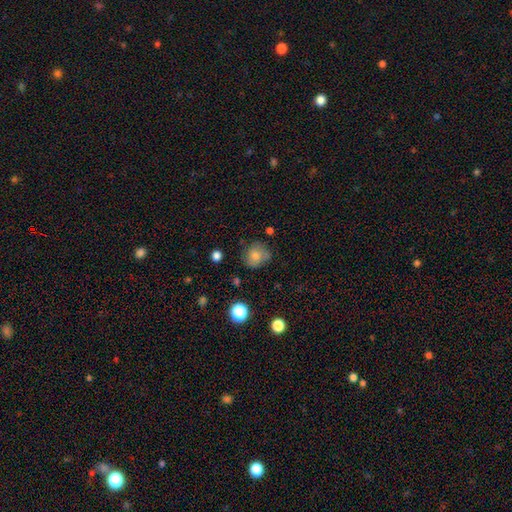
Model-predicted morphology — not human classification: A smooth galaxy with no disk features (75%) that is round (78%).

Vote fractions:
- Smooth or featured? smooth: 75% / featured or disk: 14% / star or artifact: 11%
- How rounded? round: 78% / in between: 21% / cigar-shaped: 1%
- Merging? none: 66% / minor disturbance: 23% / major disturbance: 7% / merger: 4%